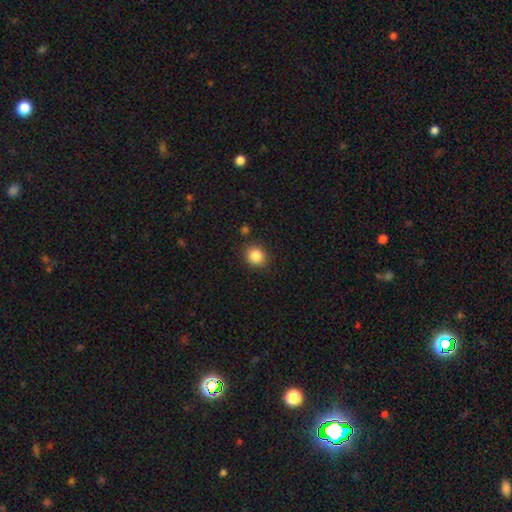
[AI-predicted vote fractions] smooth 86%, star or artifact 10%, featured or disk 4%. Down the decision tree: how rounded — round (81%); merging — none (87%).